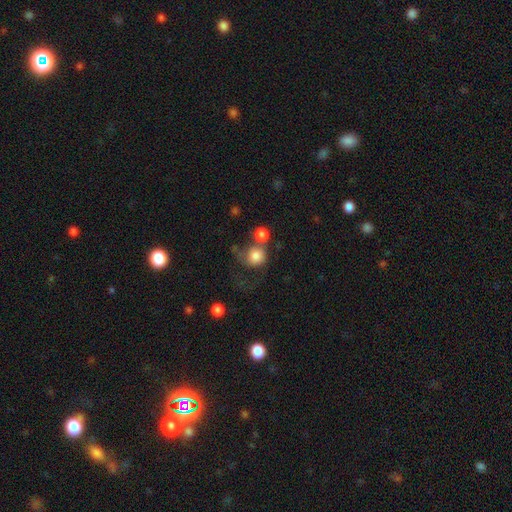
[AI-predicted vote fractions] Smooth or featured: smooth — 78% (featured or disk — 13%)
How rounded: round — 84% (in between — 15%)
Merging: none — 35% (merger — 34%)